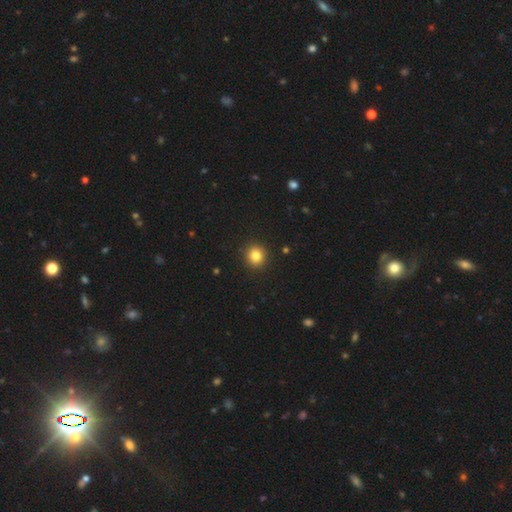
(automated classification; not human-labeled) Smooth or featured? smooth (84%)
How rounded? round (89%)
Merging? none (92%)